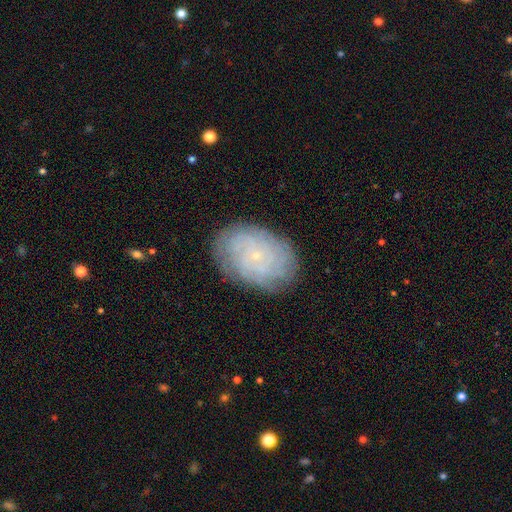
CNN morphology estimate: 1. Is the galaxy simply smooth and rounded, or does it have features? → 68% featured or disk, 22% smooth, 10% star or artifact.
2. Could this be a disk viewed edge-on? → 96% no, 4% yes.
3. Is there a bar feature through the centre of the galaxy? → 84% no, 13% weak, 3% strong.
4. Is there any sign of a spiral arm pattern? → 88% yes, 12% no.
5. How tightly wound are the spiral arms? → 78% tight, 17% medium, 5% loose.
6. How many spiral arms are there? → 45% can't tell, 17% more than 4, 15% 4, 9% 3, 8% 2, 6% 1.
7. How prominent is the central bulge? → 89% small, 7% moderate, 2% none, 1% large, 1% dominant.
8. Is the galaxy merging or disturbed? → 83% none, 13% minor disturbance, 3% major disturbance, 1% merger.